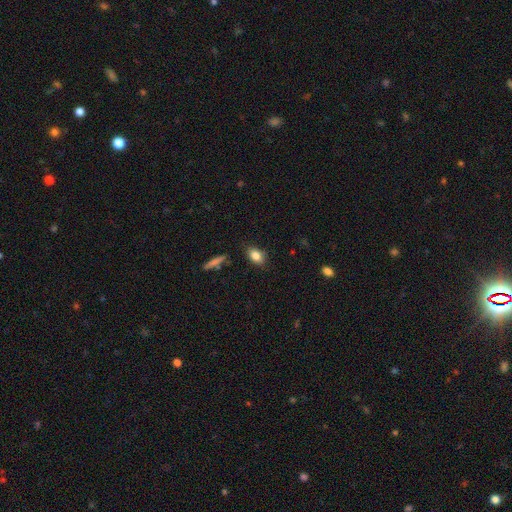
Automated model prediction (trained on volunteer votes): smooth 84%, featured or disk 8%, star or artifact 8%. Down the decision tree: how rounded — in between (83%); merging — none (83%).